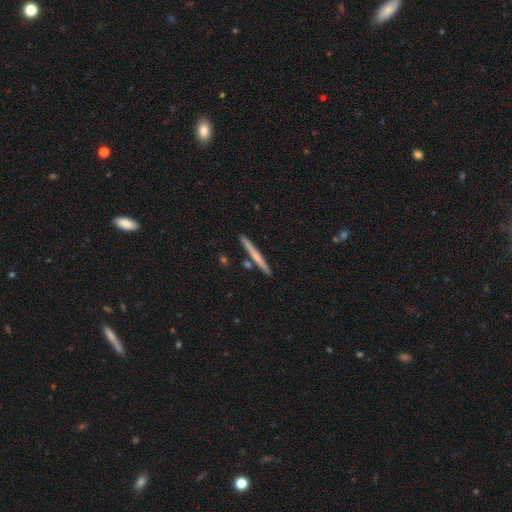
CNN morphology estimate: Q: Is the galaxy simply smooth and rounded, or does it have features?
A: smooth — 54%.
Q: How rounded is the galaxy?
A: cigar-shaped — 96%.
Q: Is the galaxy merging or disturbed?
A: none — 87%.